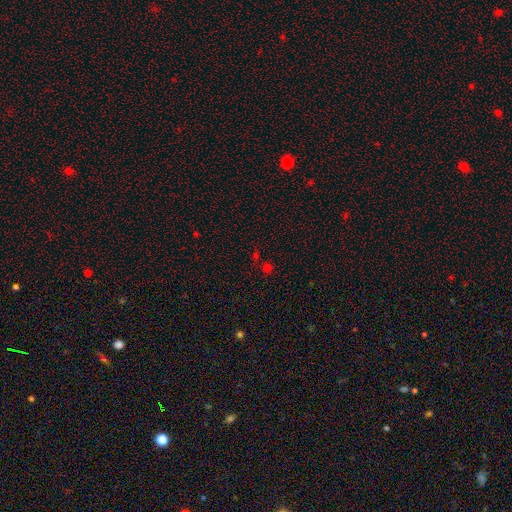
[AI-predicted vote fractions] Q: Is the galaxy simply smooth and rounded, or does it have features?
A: star or artifact — 52%.